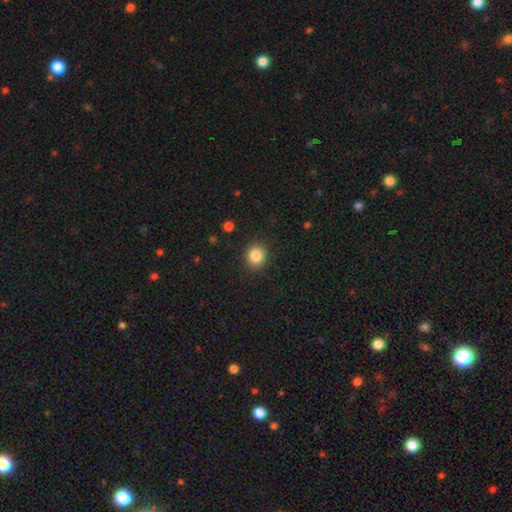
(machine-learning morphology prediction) smooth_or_featured: smooth (p=0.85) [alt: star or artifact p=0.10]
how_rounded: round (p=0.83) [alt: in between p=0.16]
merging: none (p=0.90) [alt: minor disturbance p=0.07]